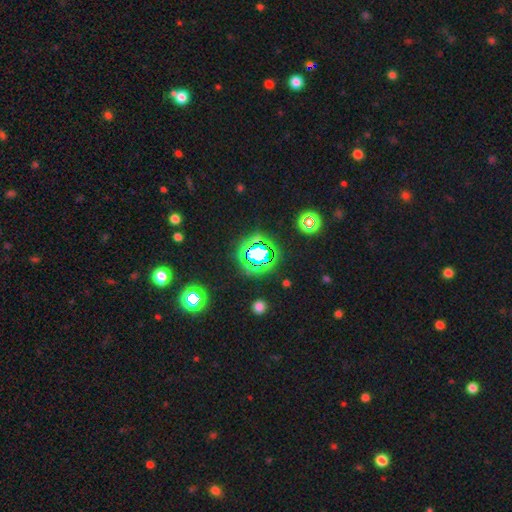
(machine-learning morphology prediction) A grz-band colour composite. It shows a star or artifact, not a galaxy (71%).